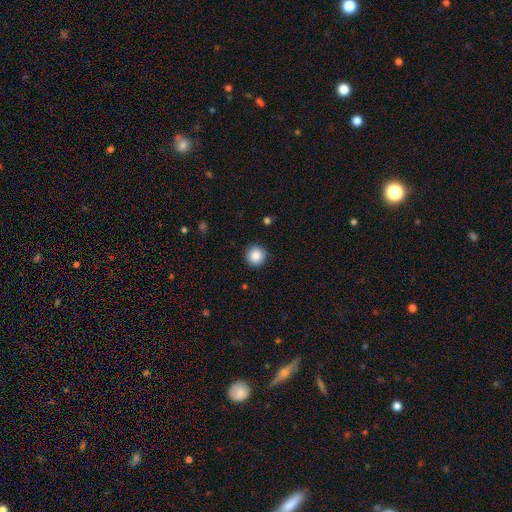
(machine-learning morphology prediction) smooth 86%, star or artifact 9%, featured or disk 5%. Down the decision tree: how rounded — round (95%); merging — none (91%).